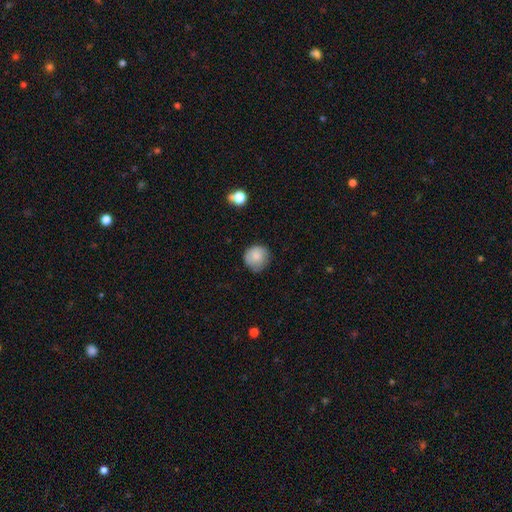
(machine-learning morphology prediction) A smooth galaxy with no disk features (83%) that is round (91%).

Vote fractions:
- Smooth or featured? smooth: 83% / featured or disk: 9% / star or artifact: 8%
- How rounded? round: 91% / in between: 8% / cigar-shaped: 1%
- Merging? none: 73% / minor disturbance: 21% / major disturbance: 5% / merger: 1%